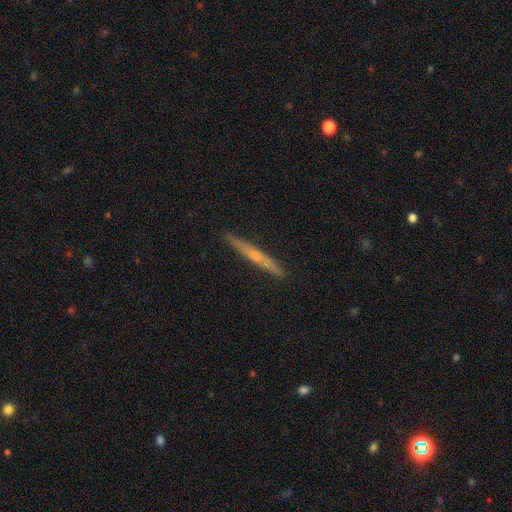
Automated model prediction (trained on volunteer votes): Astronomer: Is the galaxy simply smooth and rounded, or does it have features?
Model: featured or disk — 66%.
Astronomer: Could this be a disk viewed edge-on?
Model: yes — 97%.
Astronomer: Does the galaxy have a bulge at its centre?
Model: rounded — 68%.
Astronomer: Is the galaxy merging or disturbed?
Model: none — 92%.